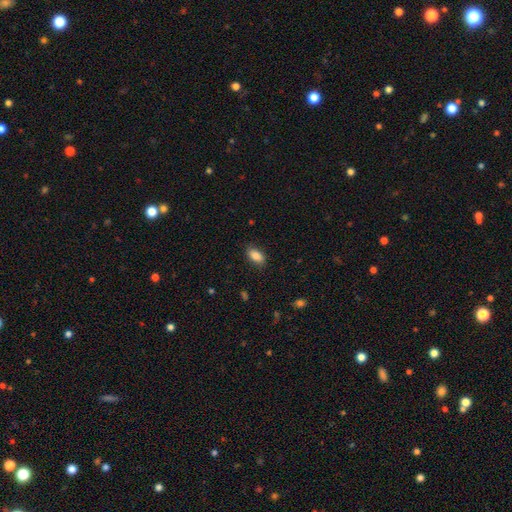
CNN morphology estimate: Q: Smooth or featured?
A: smooth (86%); runner-up: star or artifact (8%)
Q: How rounded?
A: in between (90%); runner-up: cigar-shaped (5%)
Q: Merging?
A: none (84%); runner-up: minor disturbance (12%)